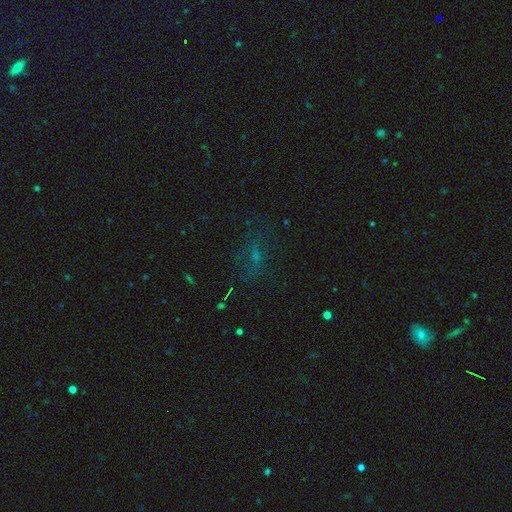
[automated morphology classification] Q: Smooth or featured?
A: star or artifact (40%); runner-up: smooth (33%)